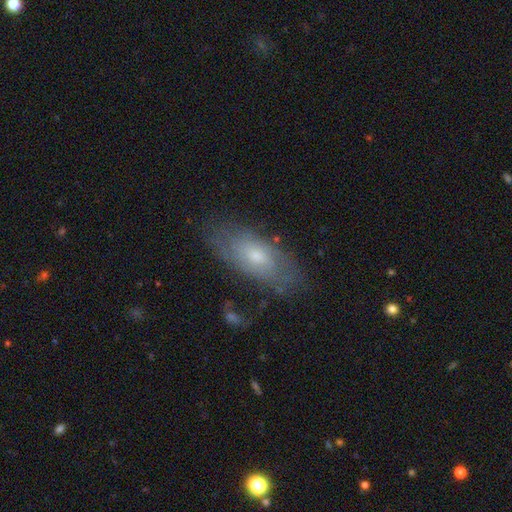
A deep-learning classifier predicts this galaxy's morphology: Smooth or featured? Predicted: featured or disk (p=0.48). Merging? Predicted: none (p=0.72).